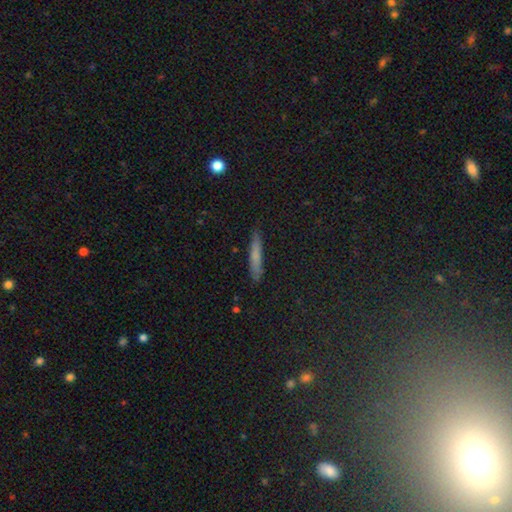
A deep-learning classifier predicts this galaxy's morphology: A smooth galaxy with no disk features (68%) that is cigar-shaped (92%). Merging: none (83%).